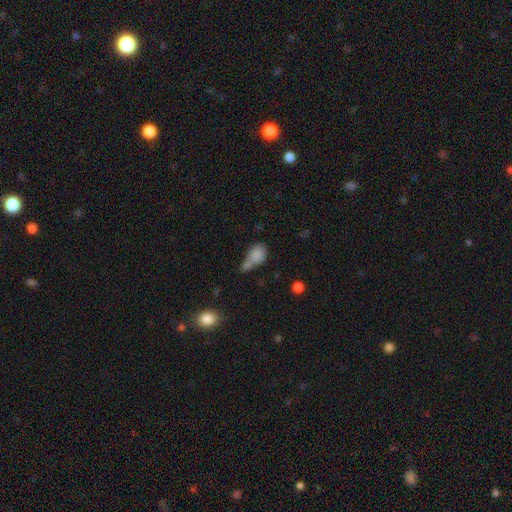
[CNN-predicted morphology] smooth-or-featured: smooth: 80% | featured or disk: 10% | star or artifact: 10%
  how-rounded: in between: 59% | round: 38% | cigar-shaped: 3%
  merging: merger: 49% | none: 25% | minor disturbance: 16% | major disturbance: 10%